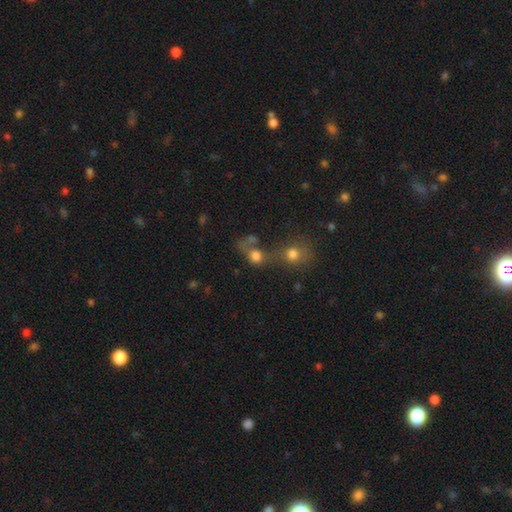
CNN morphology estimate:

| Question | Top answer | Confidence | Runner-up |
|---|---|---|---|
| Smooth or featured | smooth | 72% | star or artifact (16%) |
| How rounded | round | 69% | in between (29%) |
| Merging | merger | 55% | none (27%) |